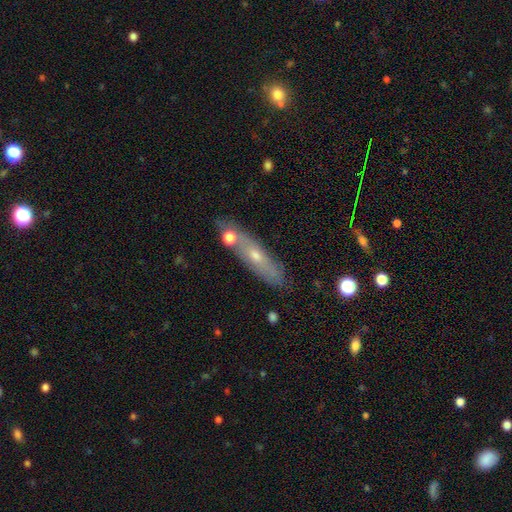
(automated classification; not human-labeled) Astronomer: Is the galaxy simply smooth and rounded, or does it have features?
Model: featured or disk — 46% (runner-up: smooth, 45%).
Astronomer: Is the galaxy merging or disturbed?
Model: none — 70%.